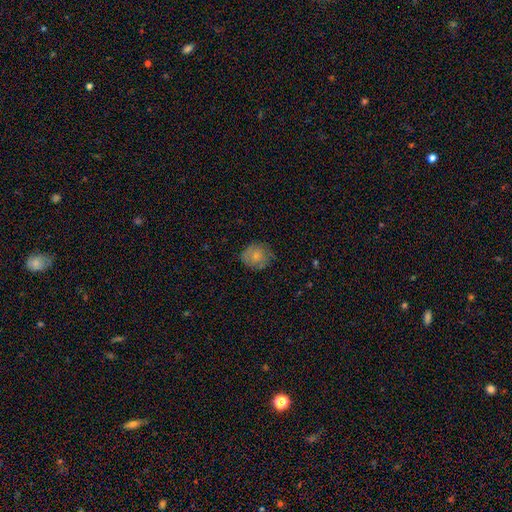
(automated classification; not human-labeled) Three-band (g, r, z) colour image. It shows a smooth galaxy with no disk features (77%) that is round (75%). Merging: none (70%).